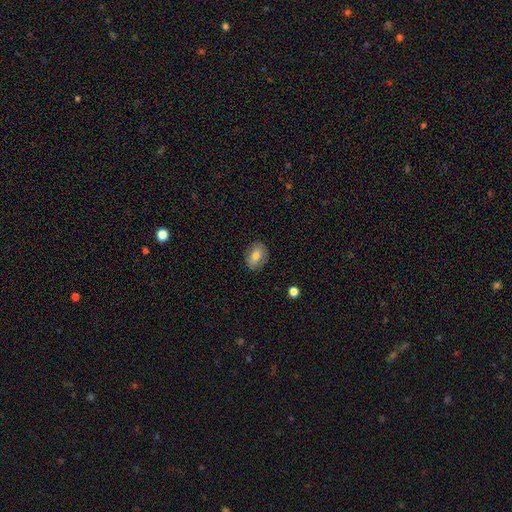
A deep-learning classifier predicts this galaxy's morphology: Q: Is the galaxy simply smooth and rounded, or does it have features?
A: smooth — 73%.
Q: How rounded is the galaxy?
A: in between — 78%.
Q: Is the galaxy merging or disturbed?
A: none — 85%.